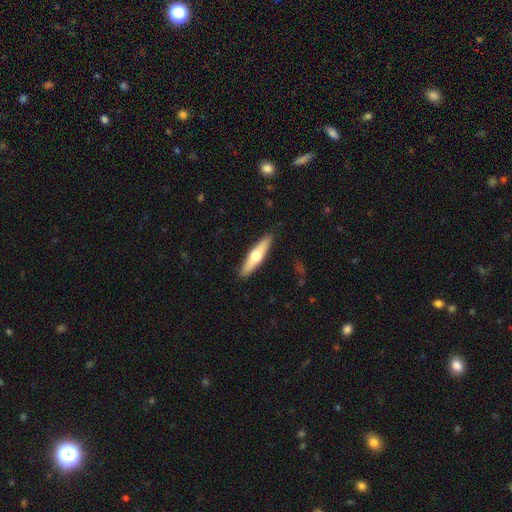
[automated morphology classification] Q: Smooth or featured?
A: featured or disk (48%); runner-up: smooth (47%)
Q: Merging?
A: none (90%); runner-up: minor disturbance (7%)